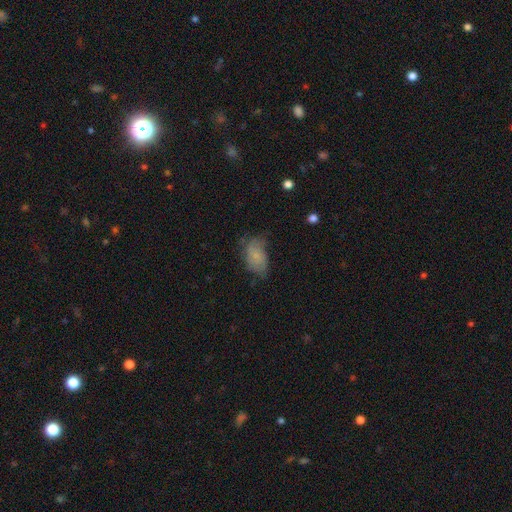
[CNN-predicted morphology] A smooth galaxy with no disk features (72%) that is in between round and cigar-shaped (91%).

Vote fractions:
- Smooth or featured? smooth: 72% / featured or disk: 20% / star or artifact: 9%
- How rounded? in between: 91% / round: 7% / cigar-shaped: 2%
- Merging? none: 49% / minor disturbance: 35% / major disturbance: 14% / merger: 2%